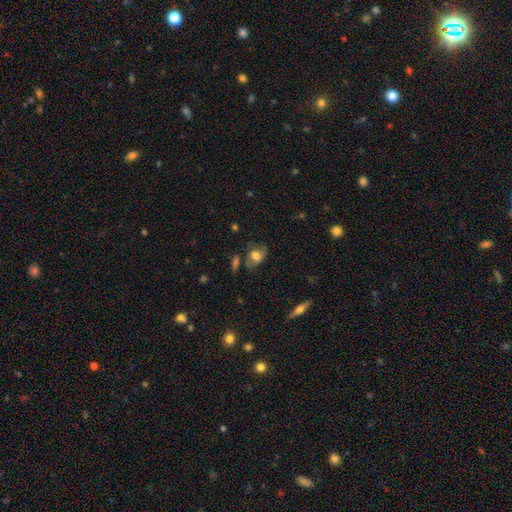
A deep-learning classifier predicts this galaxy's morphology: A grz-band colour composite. It shows a smooth galaxy with no disk features (50%) that is in between round and cigar-shaped (73%). Merging: none (53%).